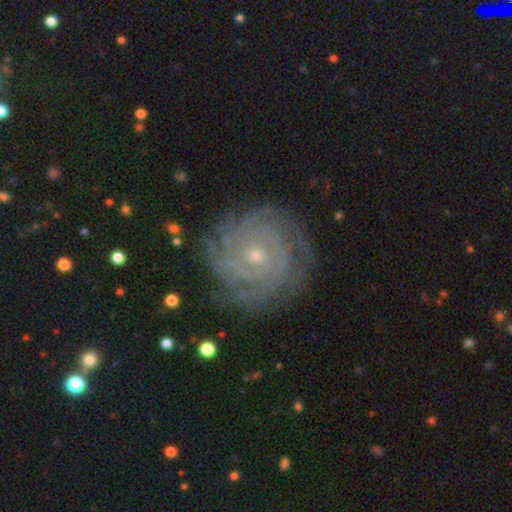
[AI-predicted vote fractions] This is clearly a featured or disk galaxy (88%). It is clearly not viewed edge-on (97%). Bar: likely no (75%). Spiral arm pattern: clearly yes (97%). Spiral arm count: marginally can't tell (27%). Spiral winding: clearly tight (85%). Central bulge: likely small (70%). Merging: clearly none (82%).